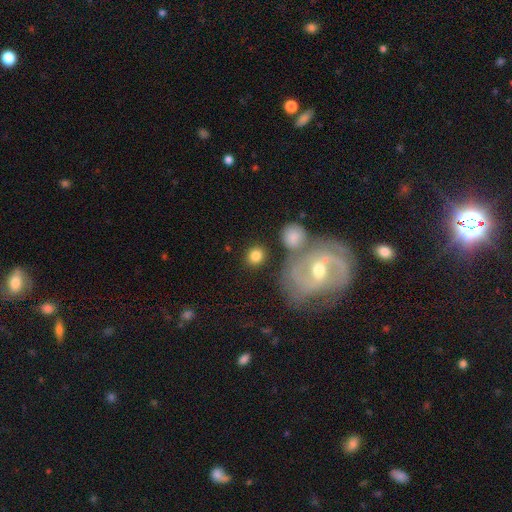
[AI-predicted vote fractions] A smooth galaxy with no disk features (81%) that is round (76%). Merging: none (75%).